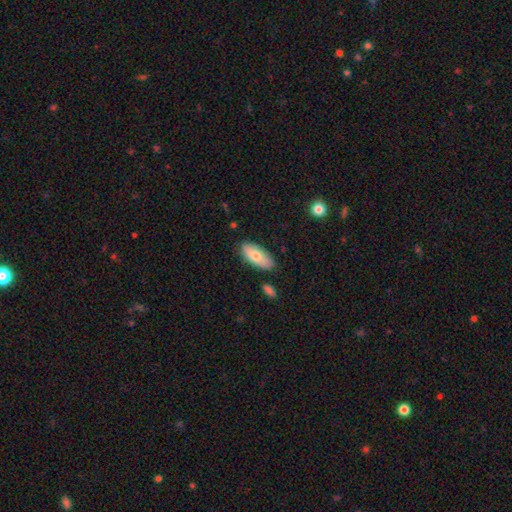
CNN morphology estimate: Q: Smooth or featured?
A: smooth (75%); runner-up: featured or disk (19%)
Q: How rounded?
A: in between (86%); runner-up: cigar-shaped (12%)
Q: Merging?
A: none (83%); runner-up: minor disturbance (12%)